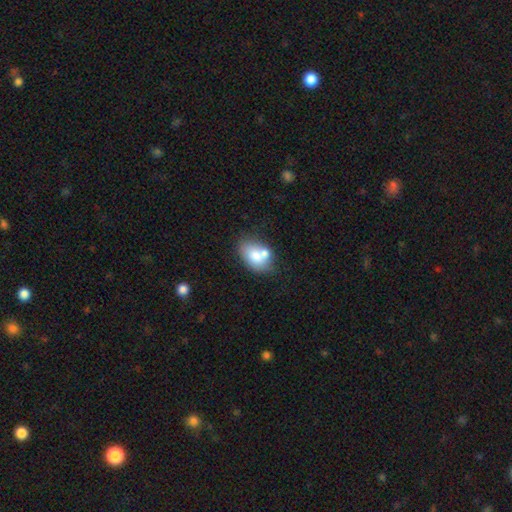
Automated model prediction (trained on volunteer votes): A smooth galaxy with no disk features (72%) that is in between round and cigar-shaped (82%). Merging: none (41%).